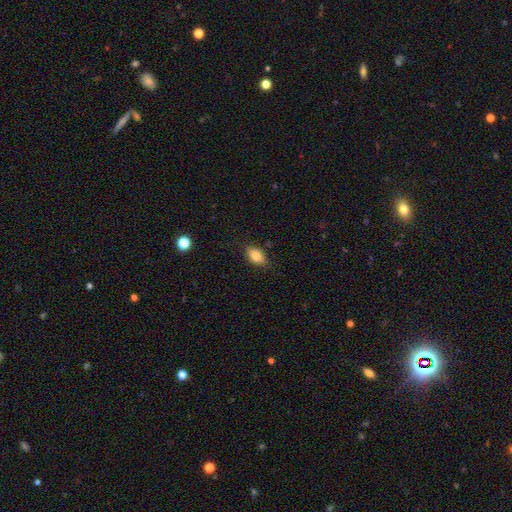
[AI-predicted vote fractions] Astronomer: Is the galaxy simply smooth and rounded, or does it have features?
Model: smooth — 84%.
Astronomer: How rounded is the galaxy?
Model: in between — 86%.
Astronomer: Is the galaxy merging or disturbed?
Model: none — 82%.